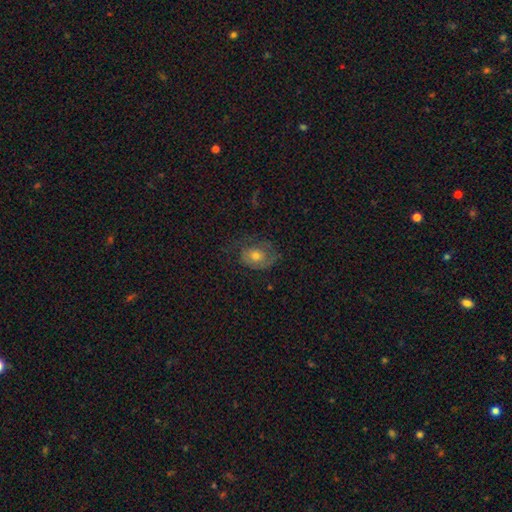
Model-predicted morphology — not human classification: This appears to be a featured or disk galaxy (45%). Merging: none (57%).